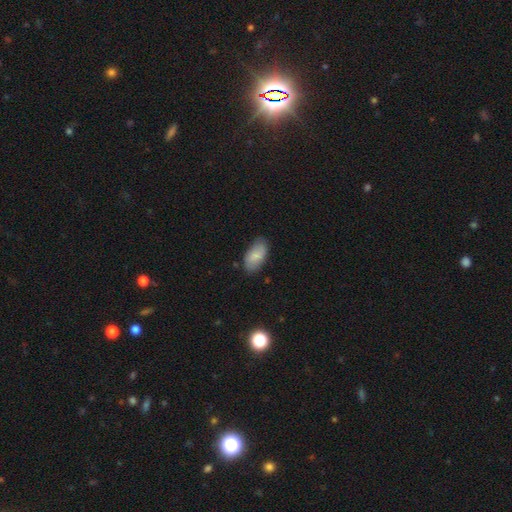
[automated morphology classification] Overall: smooth (79%). How rounded: in between (94%). Merging: none (74%).